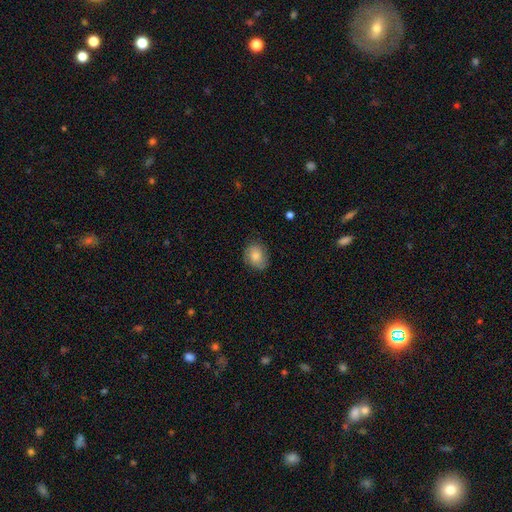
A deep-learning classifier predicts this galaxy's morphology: smooth_or_featured: smooth (p=0.68) [alt: featured or disk p=0.24]
how_rounded: round (p=0.51) [alt: in between p=0.48]
merging: none (p=0.75) [alt: minor disturbance p=0.19]